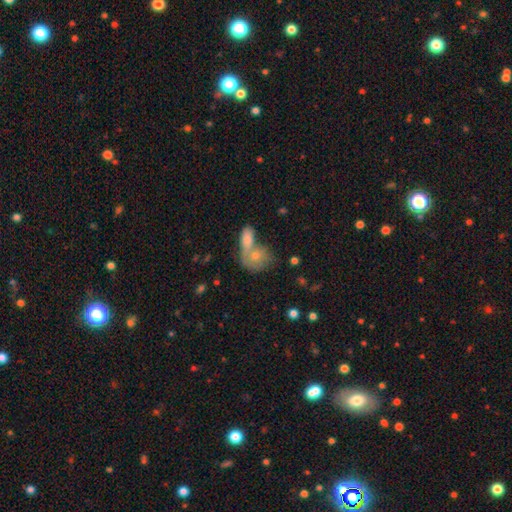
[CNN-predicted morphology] Smooth or featured: smooth — 67% (featured or disk — 25%)
How rounded: in between — 55% (round — 39%)
Merging: merger — 54% (none — 31%)